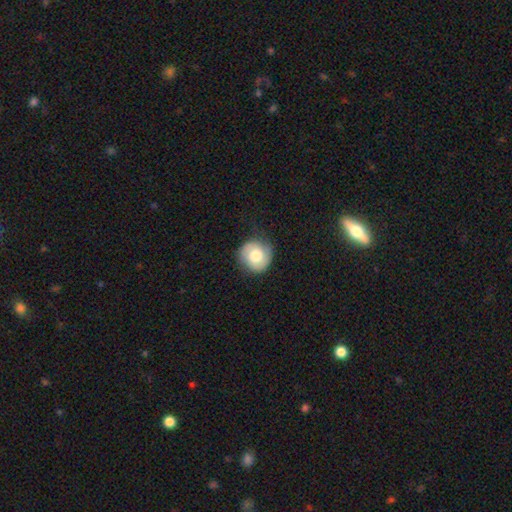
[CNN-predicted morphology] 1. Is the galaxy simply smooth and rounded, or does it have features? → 47% smooth, 46% featured or disk, 7% star or artifact.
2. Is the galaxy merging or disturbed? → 76% none, 17% minor disturbance, 6% major disturbance, 1% merger.